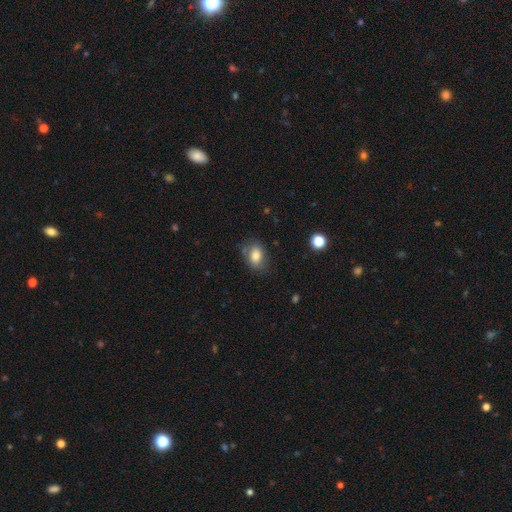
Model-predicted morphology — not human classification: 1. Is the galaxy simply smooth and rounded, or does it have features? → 81% smooth, 10% featured or disk, 9% star or artifact.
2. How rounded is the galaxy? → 74% in between, 24% round, 1% cigar-shaped.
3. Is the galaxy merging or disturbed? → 74% none, 17% minor disturbance, 5% major disturbance, 4% merger.